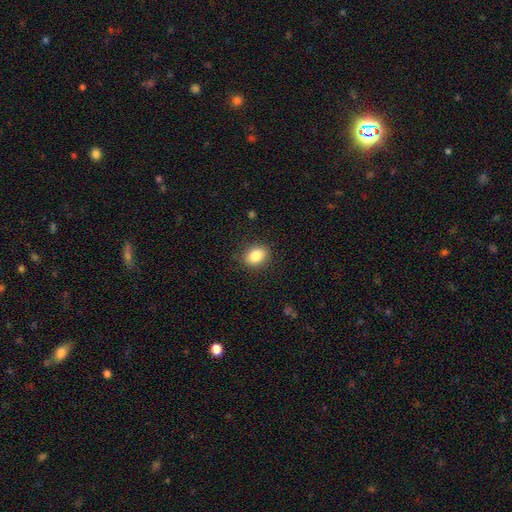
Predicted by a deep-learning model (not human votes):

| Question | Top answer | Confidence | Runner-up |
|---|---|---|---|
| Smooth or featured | smooth | 85% | star or artifact (9%) |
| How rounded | in between | 68% | round (31%) |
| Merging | none | 86% | minor disturbance (10%) |